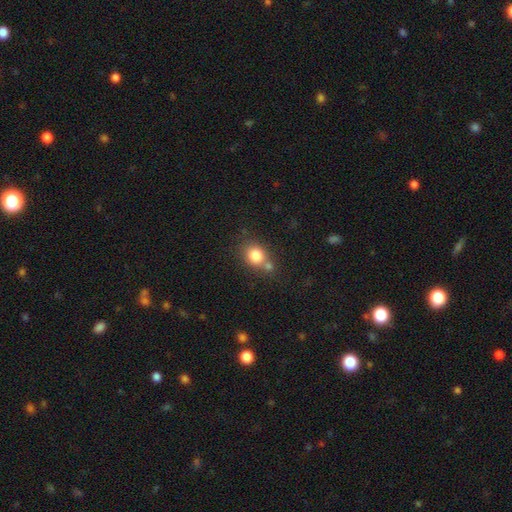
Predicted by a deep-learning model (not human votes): A smooth galaxy with no disk features (81%) that is round (62%).

Vote fractions:
- Smooth or featured? smooth: 81% / star or artifact: 10% / featured or disk: 9%
- How rounded? round: 62% / in between: 37% / cigar-shaped: 1%
- Merging? none: 54% / merger: 29% / minor disturbance: 13% / major disturbance: 4%